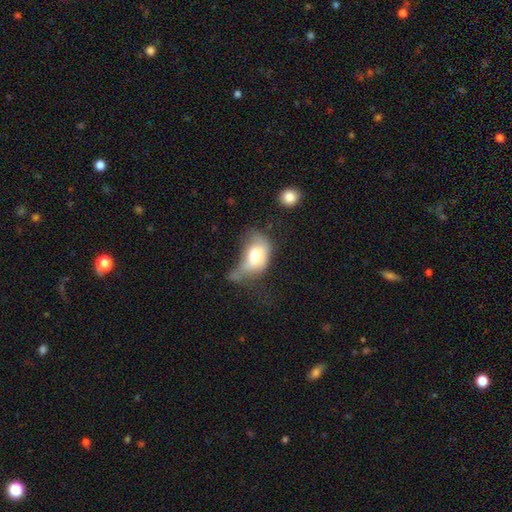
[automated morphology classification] Overall: smooth (67%). How rounded: in between (80%). Merging: major disturbance (45%; minor disturbance 28%).